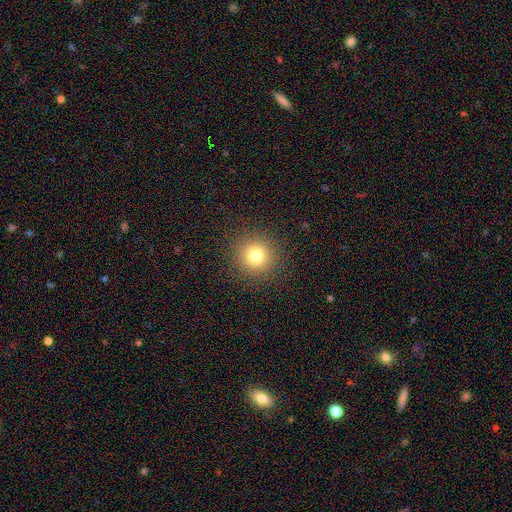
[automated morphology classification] type=smooth (77%); roundness=round (95%); merging=none (91%).